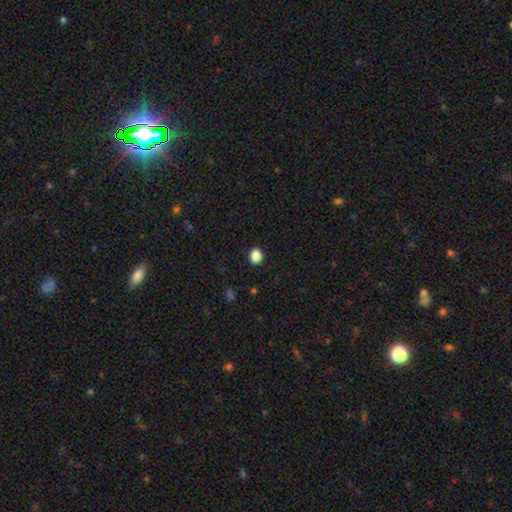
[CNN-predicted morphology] Smooth or featured? Predicted: smooth (p=0.87). How rounded? Predicted: round (p=0.52). Merging? Predicted: none (p=0.90).